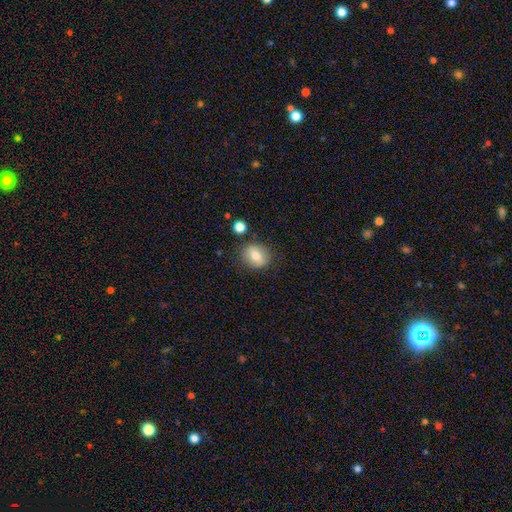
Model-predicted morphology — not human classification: This is likely a smooth galaxy (75%). How rounded: possibly round (56%). Merging: likely none (79%).